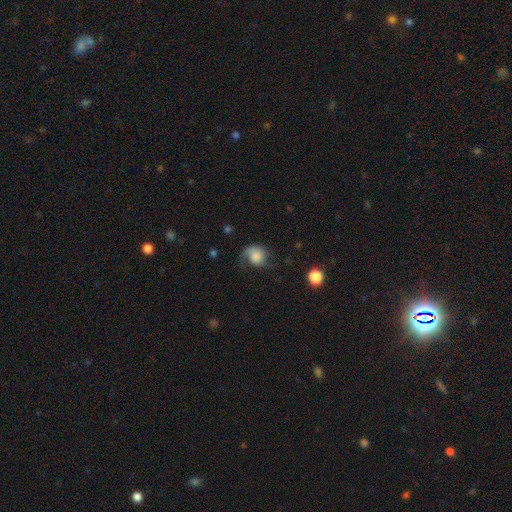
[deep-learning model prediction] Smooth or featured?
  - smooth: 63% *
  - featured or disk: 28%
  - star or artifact: 9%
How rounded?
  - round: 68% *
  - in between: 31%
  - cigar-shaped: 1%
Merging?
  - none: 44% *
  - minor disturbance: 30%
  - major disturbance: 24%
  - merger: 2%